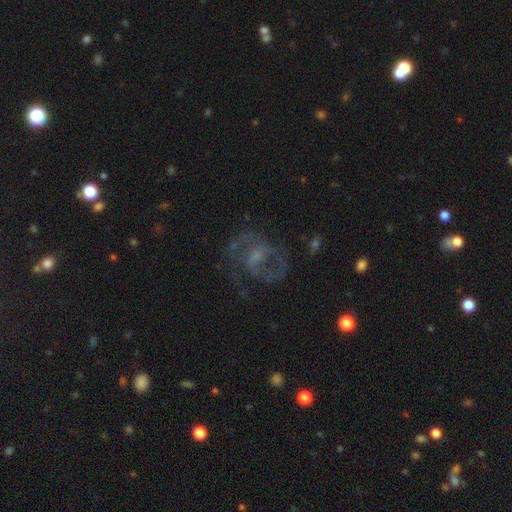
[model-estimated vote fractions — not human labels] smooth_or_featured: featured or disk (p=0.71) [alt: smooth p=0.17]
disk_edge_on: no (p=0.98) [alt: yes p=0.02]
bar: weak (p=0.45) [alt: no p=0.42]
has_spiral_arms: yes (p=0.73) [alt: no p=0.27]
spiral_winding: medium (p=0.51) [alt: loose p=0.28]
spiral_arm_count: 2 (p=0.65) [alt: can't tell p=0.19]
bulge_size: small (p=0.41) [alt: none p=0.31]
merging: none (p=0.57) [alt: major disturbance p=0.24]